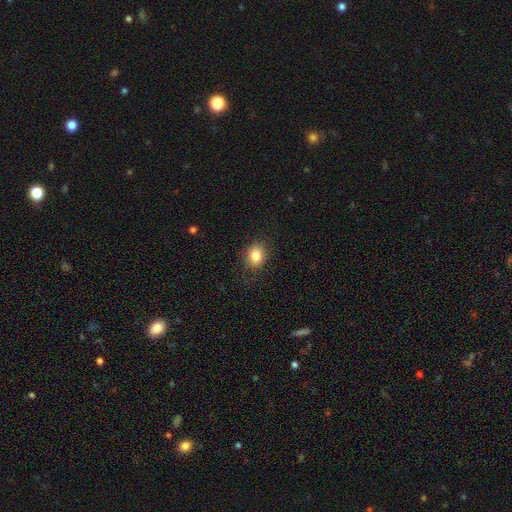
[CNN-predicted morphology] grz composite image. It shows a smooth galaxy with no disk features (83%) that is round (52%). Merging: none (84%).